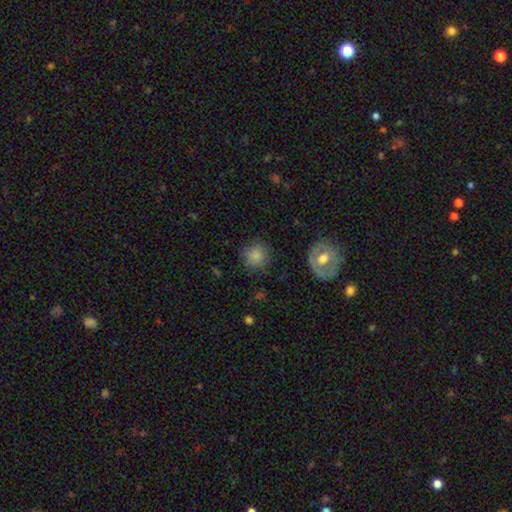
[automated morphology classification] type=smooth (82%); roundness=round (88%); merging=none (81%).